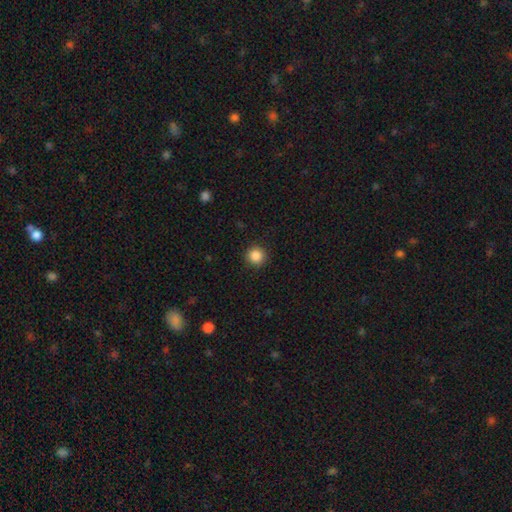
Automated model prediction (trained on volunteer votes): This is clearly a smooth galaxy (86%). How rounded: clearly round (94%). Merging: clearly none (92%).